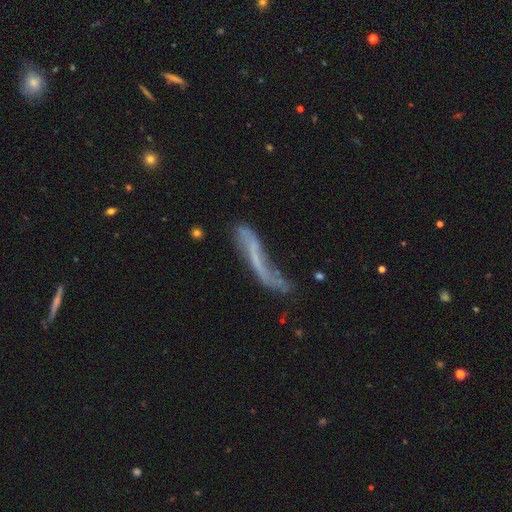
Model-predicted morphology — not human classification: The model was most divided on "merging": none: 37%, major disturbance: 29%, minor disturbance: 23%, merger: 11%. More confident: edge-on disk — no (63%); smooth or featured — featured or disk (57%).